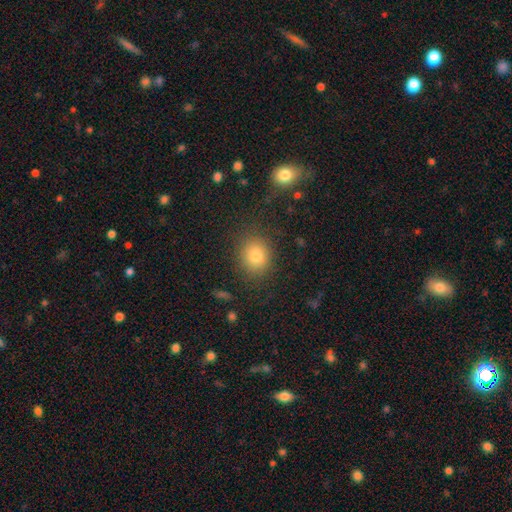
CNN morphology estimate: Smooth or featured: smooth — 81% (star or artifact — 12%)
How rounded: round — 69% (in between — 30%)
Merging: none — 86% (minor disturbance — 9%)